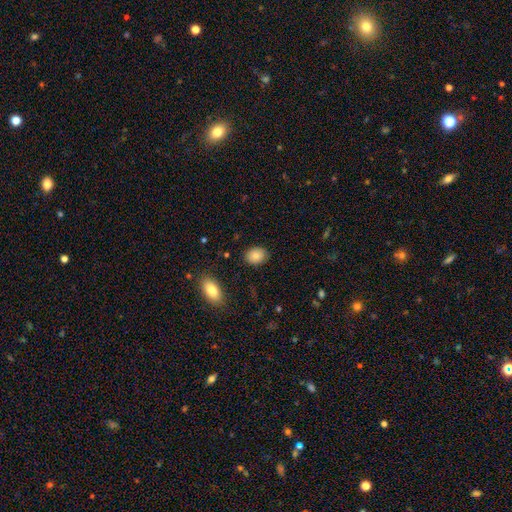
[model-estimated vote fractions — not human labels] This appears to be a smooth galaxy with no disk features (86%) that is in between round and cigar-shaped (68%). Merging: none (86%).